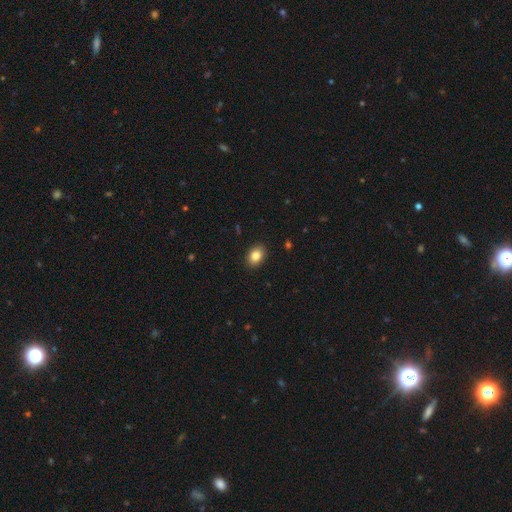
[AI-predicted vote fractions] Smooth or featured? Predicted: smooth (p=0.85). How rounded? Predicted: in between (p=0.74). Merging? Predicted: none (p=0.90).